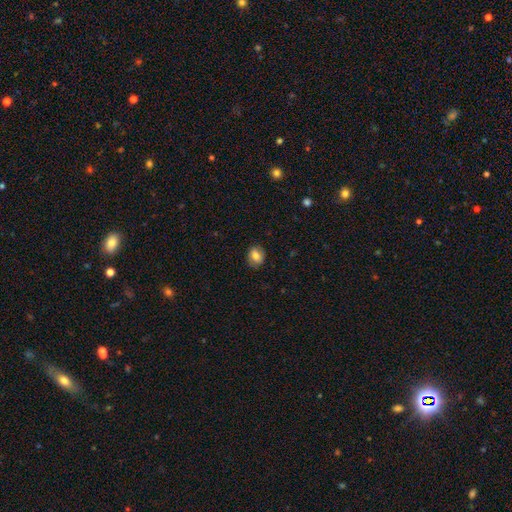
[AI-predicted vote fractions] Smooth or featured? Predicted: smooth (p=0.76). How rounded? Predicted: in between (p=0.50). Merging? Predicted: none (p=0.84).